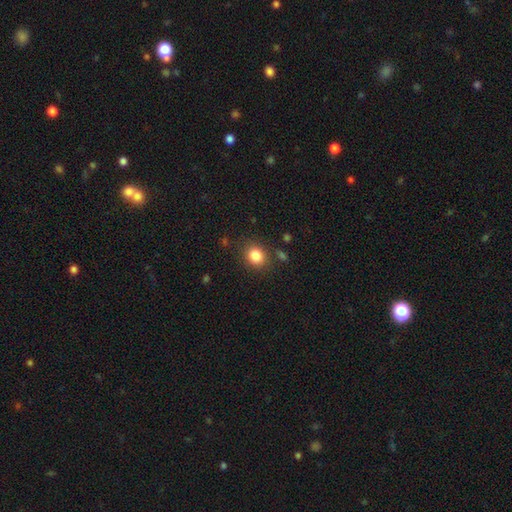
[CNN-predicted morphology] Smooth or featured? smooth (85%)
How rounded? round (64%)
Merging? none (83%)